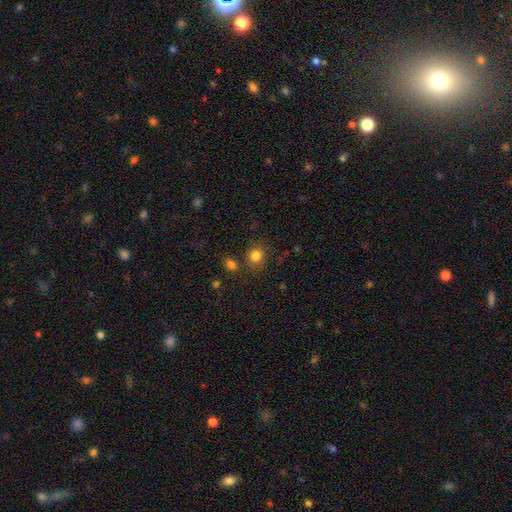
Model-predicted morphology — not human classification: Smooth or featured: smooth — 82% (star or artifact — 12%)
How rounded: round — 69% (in between — 30%)
Merging: none — 74% (minor disturbance — 13%)